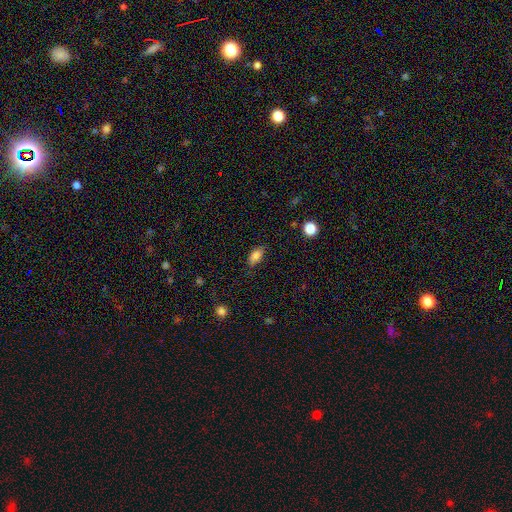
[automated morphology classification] Smooth or featured?
  - smooth: 83% *
  - star or artifact: 8%
  - featured or disk: 8%
How rounded?
  - in between: 89% *
  - cigar-shaped: 6%
  - round: 5%
Merging?
  - none: 78% *
  - minor disturbance: 17%
  - major disturbance: 4%
  - merger: 1%